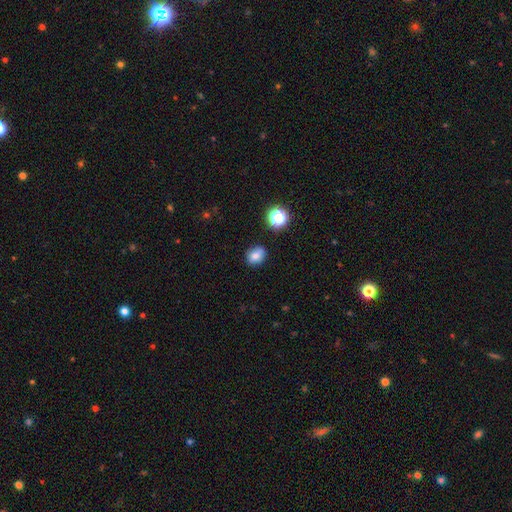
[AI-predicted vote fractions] A smooth galaxy with no disk features (78%) that is round (53%). Merging: none (79%).